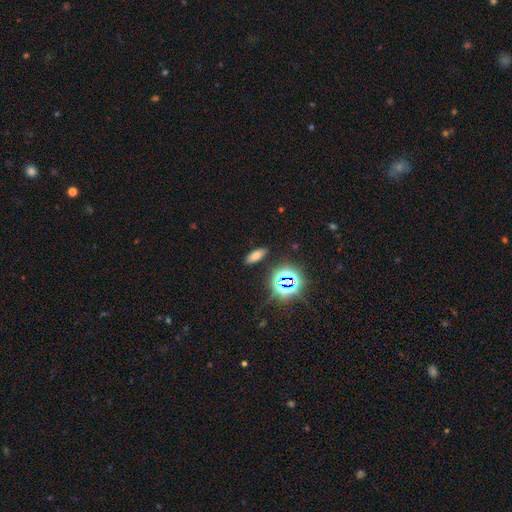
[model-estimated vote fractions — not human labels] A smooth galaxy with no disk features (63%) that is in between round and cigar-shaped (71%). Merging: none (87%).